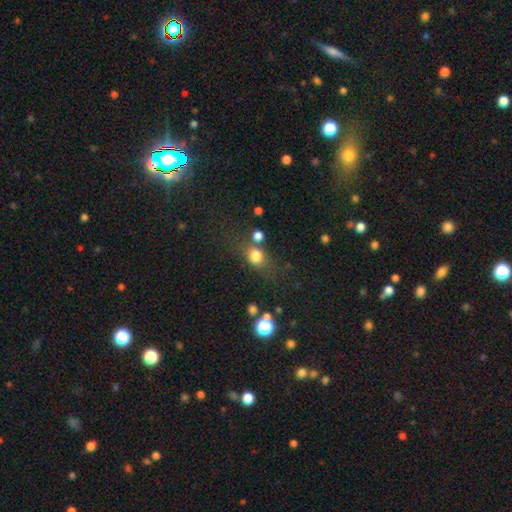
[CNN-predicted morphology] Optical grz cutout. It shows a smooth galaxy with no disk features (76%) that is round (63%). Merging: none (60%).